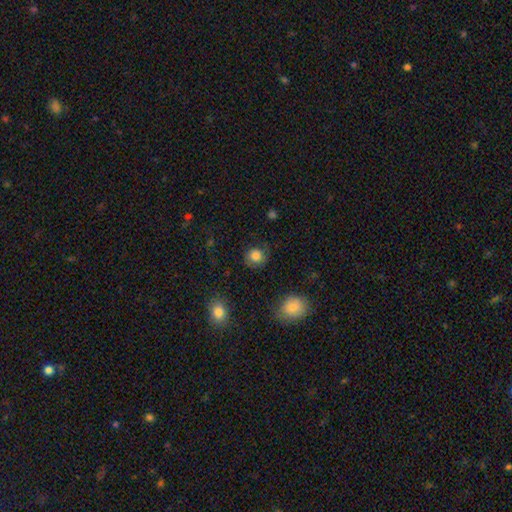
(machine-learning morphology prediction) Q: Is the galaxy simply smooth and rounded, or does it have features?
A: smooth — 83%.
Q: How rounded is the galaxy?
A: round — 85%.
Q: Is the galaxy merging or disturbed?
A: none — 79%.